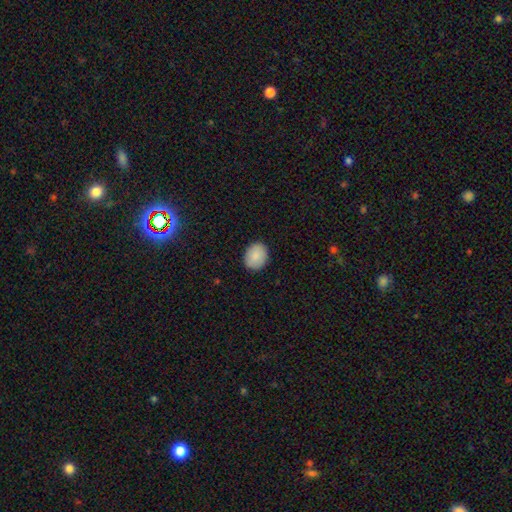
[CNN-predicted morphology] A smooth galaxy with no disk features (87%) that is round (53%).

Vote fractions:
- Smooth or featured? smooth: 87% / star or artifact: 7% / featured or disk: 6%
- How rounded? round: 53% / in between: 46% / cigar-shaped: 1%
- Merging? none: 88% / minor disturbance: 9% / major disturbance: 2% / merger: 1%